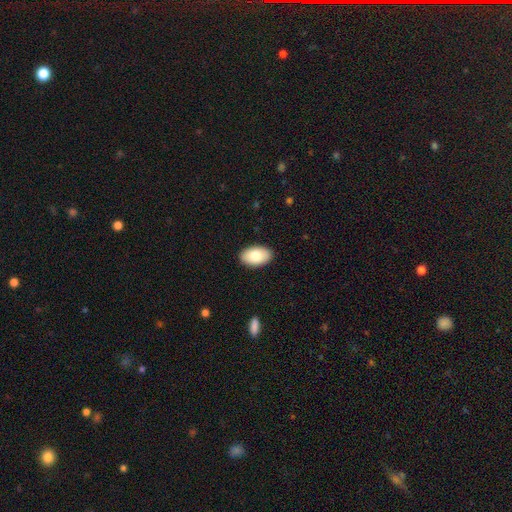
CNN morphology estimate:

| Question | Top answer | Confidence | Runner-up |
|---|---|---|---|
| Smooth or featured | smooth | 80% | featured or disk (14%) |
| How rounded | in between | 94% | round (5%) |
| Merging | none | 90% | minor disturbance (8%) |